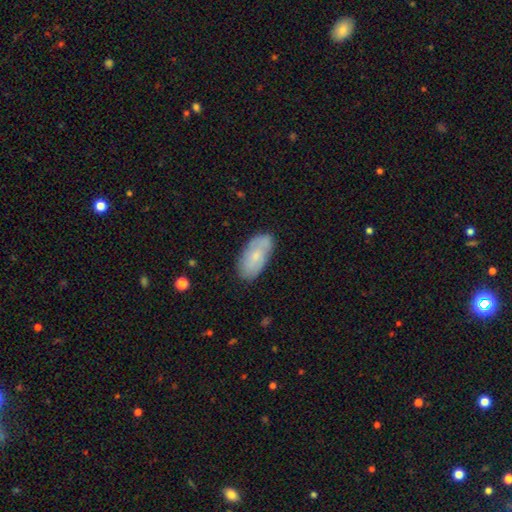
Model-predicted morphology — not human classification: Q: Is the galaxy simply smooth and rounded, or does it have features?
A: smooth — 59%.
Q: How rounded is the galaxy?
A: in between — 93%.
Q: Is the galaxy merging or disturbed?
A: none — 78%.